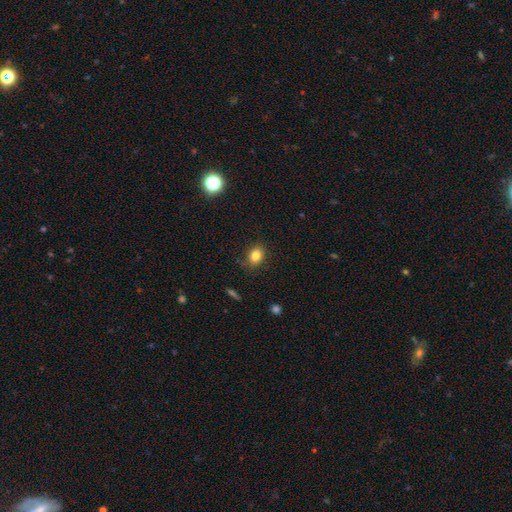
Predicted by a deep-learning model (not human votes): smooth 82%, star or artifact 11%, featured or disk 7%. Down the decision tree: how rounded — in between (56%); merging — none (86%).